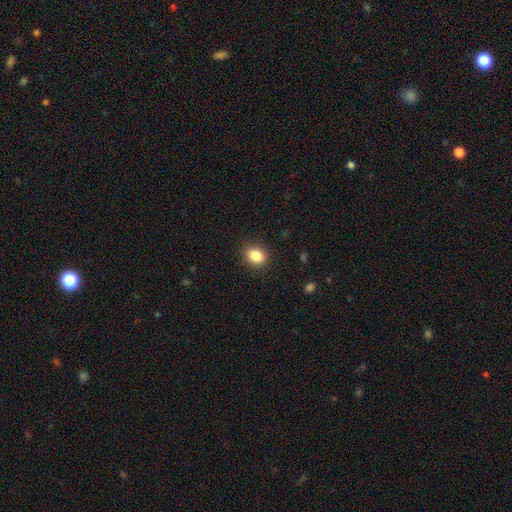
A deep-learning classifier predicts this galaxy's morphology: Overall: smooth (86%). How rounded: in between (61%; round 38%). Merging: none (88%).